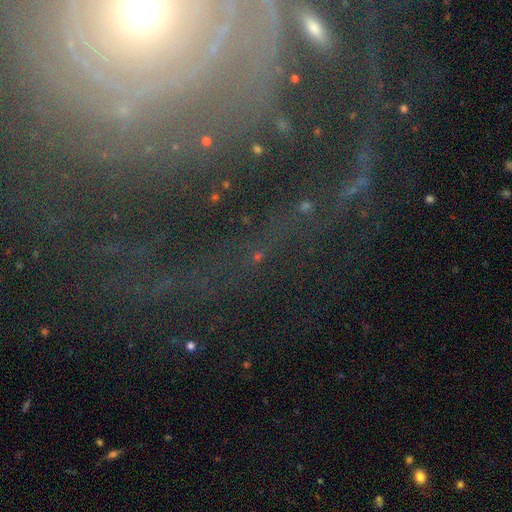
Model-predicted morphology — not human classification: Smooth or featured: star or artifact — 58% (featured or disk — 28%)